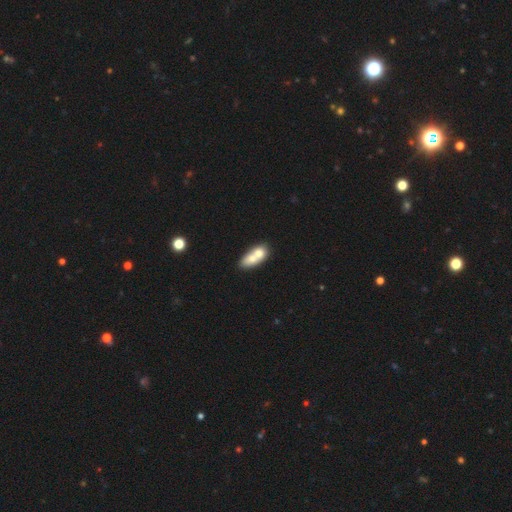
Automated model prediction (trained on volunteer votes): Overall: smooth (64%; featured or disk 28%). How rounded: in between (70%). Merging: merger (68%).